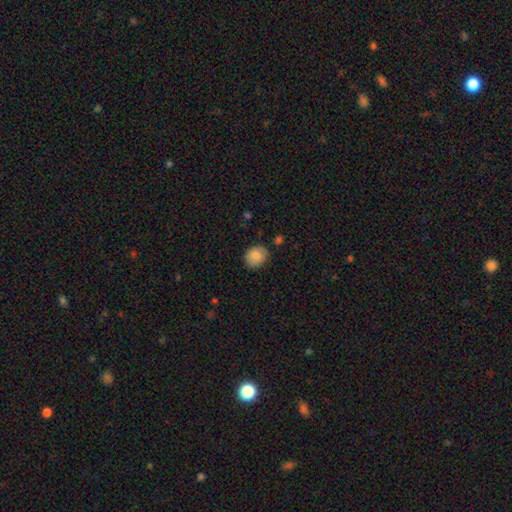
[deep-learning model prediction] The model was most divided on "how rounded": round: 57%, in between: 42%, cigar-shaped: 1%. More confident: merging — none (82%); smooth or featured — smooth (80%).